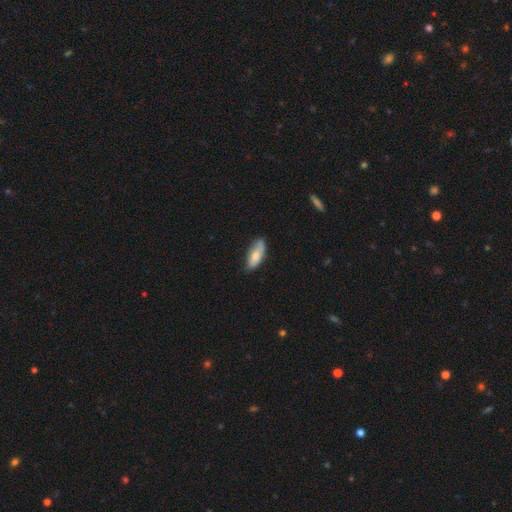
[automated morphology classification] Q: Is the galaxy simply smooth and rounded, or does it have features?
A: smooth — 71%.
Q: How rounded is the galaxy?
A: in between — 74%.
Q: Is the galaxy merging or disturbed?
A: none — 69%.